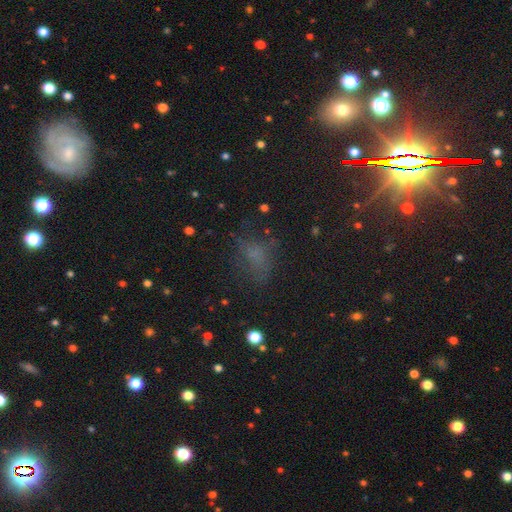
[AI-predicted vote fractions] Smooth or featured?
  - smooth: 49% *
  - star or artifact: 33%
  - featured or disk: 18%
Merging?
  - none: 51% *
  - major disturbance: 24%
  - minor disturbance: 22%
  - merger: 3%